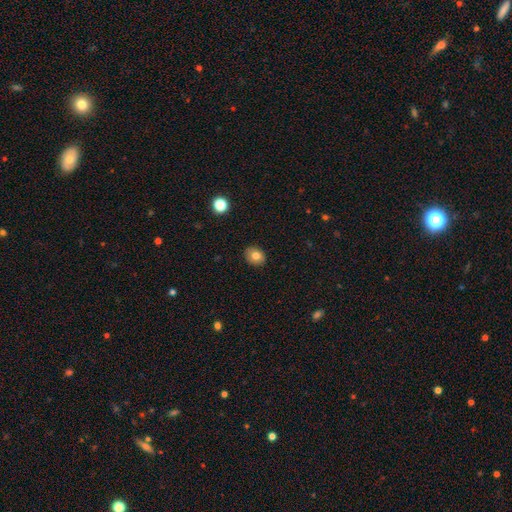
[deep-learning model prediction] Smooth or featured? Predicted: smooth (p=0.79). How rounded? Predicted: round (p=0.51). Merging? Predicted: none (p=0.88).